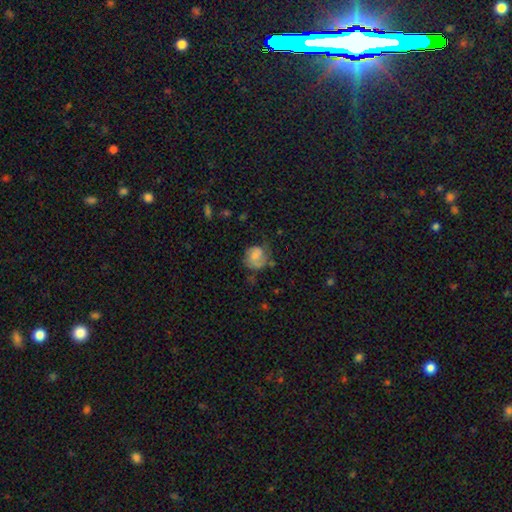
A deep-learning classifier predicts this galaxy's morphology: The model was most divided on "merging": none: 50%, minor disturbance: 30%, major disturbance: 17%, merger: 3%. More confident: how rounded — round (73%); smooth or featured — smooth (57%).